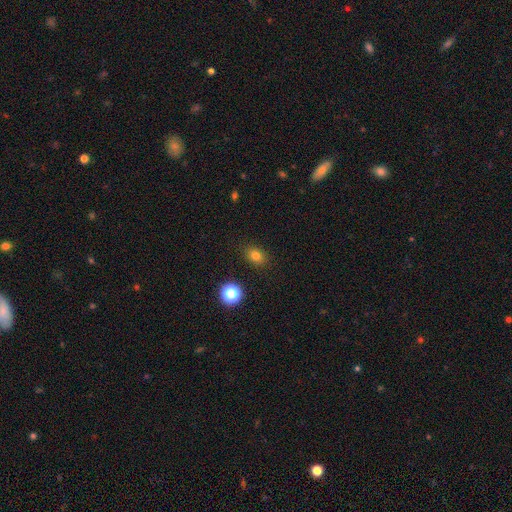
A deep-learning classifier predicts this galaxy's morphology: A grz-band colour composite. It shows a smooth galaxy with no disk features (76%) that is in between round and cigar-shaped (57%). Merging: none (87%).